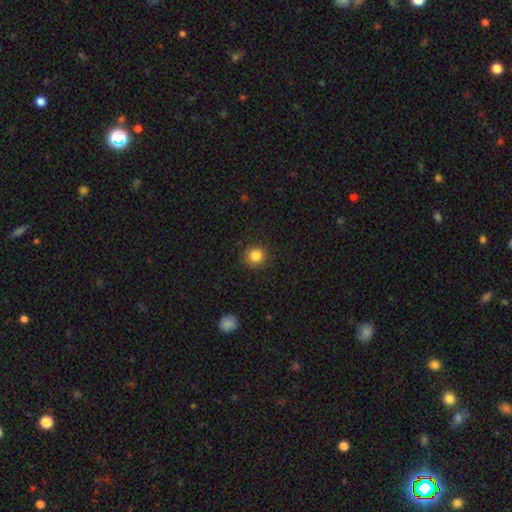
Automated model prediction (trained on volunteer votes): This is clearly a smooth galaxy (84%). How rounded: clearly round (92%). Merging: clearly none (88%).